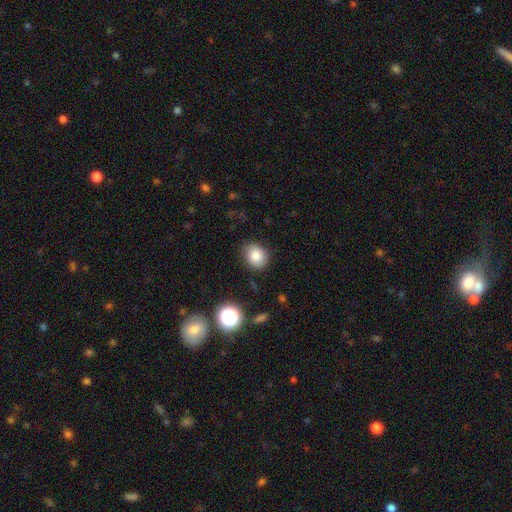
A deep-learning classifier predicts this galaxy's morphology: Smooth or featured? smooth (80%)
How rounded? round (65%)
Merging? none (83%)